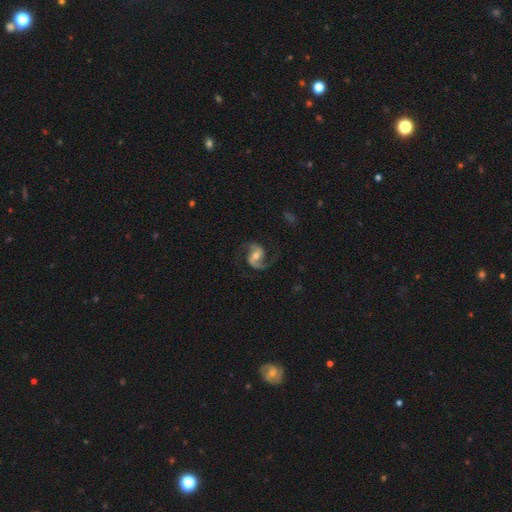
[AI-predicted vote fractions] Morphology: type=featured or disk (90%); edge-on=no (98%); bar=weak (44%); spiral arms=yes (98%); winding=medium (56%); arm count=2 (93%); bulge=moderate (63%); merging=none (78%).